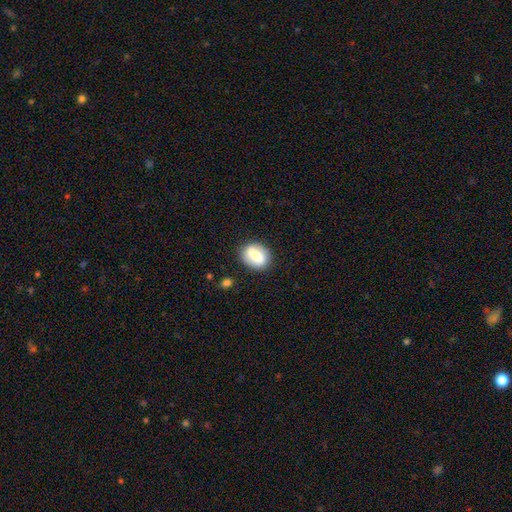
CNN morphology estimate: type=smooth (66%); roundness=in between (64%); merging=none (79%).